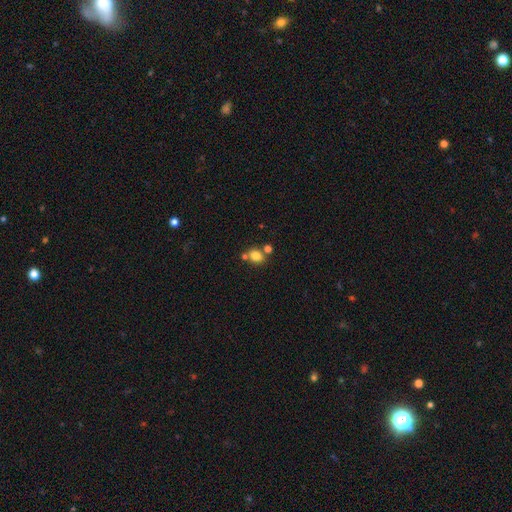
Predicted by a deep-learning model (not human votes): Smooth or featured? Predicted: smooth (p=0.80). How rounded? Predicted: in between (p=0.52). Merging? Predicted: none (p=0.62).